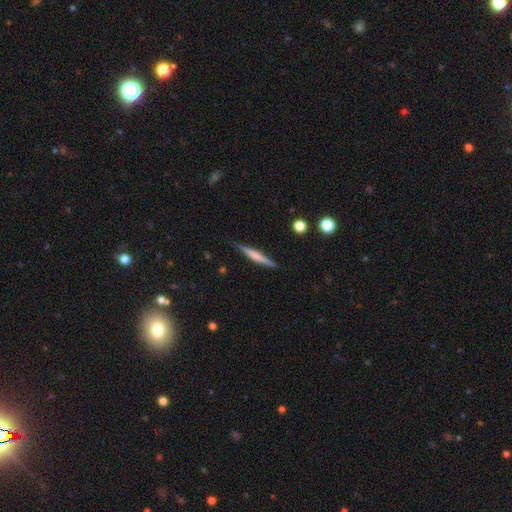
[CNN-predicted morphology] Smooth or featured? Predicted: featured or disk (p=0.47, tied with smooth). Merging? Predicted: none (p=0.88).